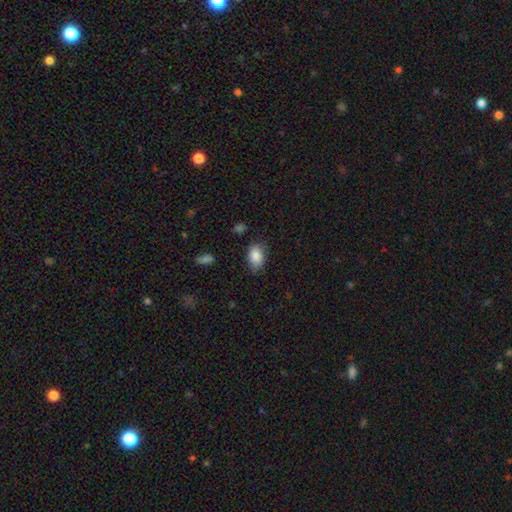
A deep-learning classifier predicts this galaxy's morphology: Overall: smooth (85%). How rounded: in between (84%). Merging: none (73%).